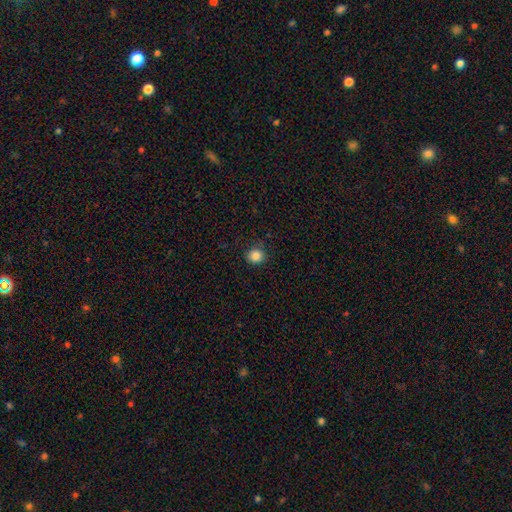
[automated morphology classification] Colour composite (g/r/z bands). It shows a smooth galaxy with no disk features (85%) that is round (85%). Merging: none (85%).